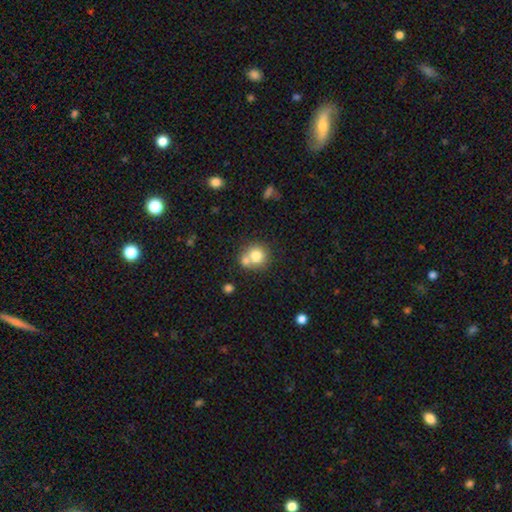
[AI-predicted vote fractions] Overall: smooth (76%). How rounded: round (86%). Merging: none (47%; merger 41%).